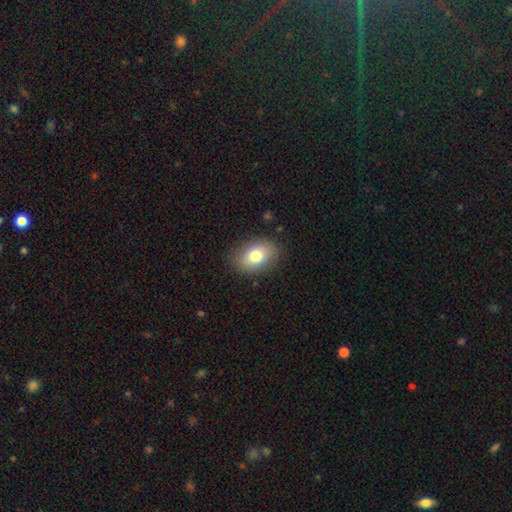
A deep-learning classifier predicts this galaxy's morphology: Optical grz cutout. It shows a smooth galaxy with no disk features (78%) that is in between round and cigar-shaped (82%). Merging: none (86%).